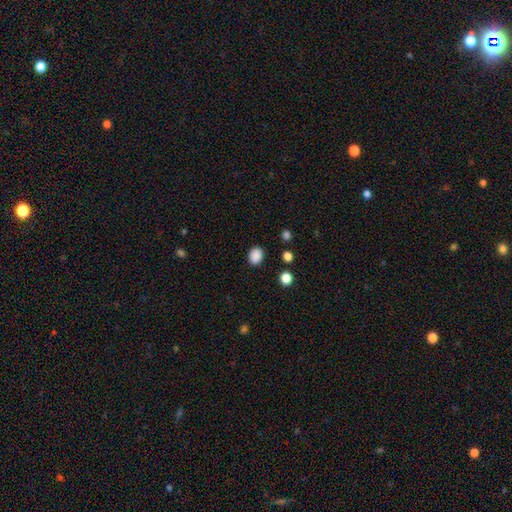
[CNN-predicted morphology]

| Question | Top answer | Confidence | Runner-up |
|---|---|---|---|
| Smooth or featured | smooth | 88% | star or artifact (9%) |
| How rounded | in between | 60% | round (40%) |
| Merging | none | 87% | minor disturbance (9%) |